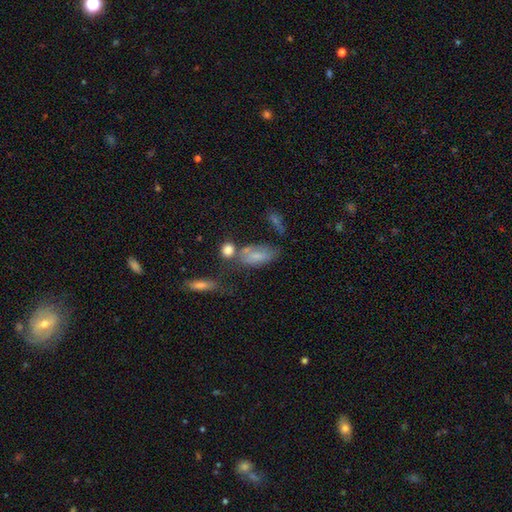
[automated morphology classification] smooth 69%, featured or disk 21%, star or artifact 10%. Down the decision tree: how rounded — in between (85%); merging — none (38%).